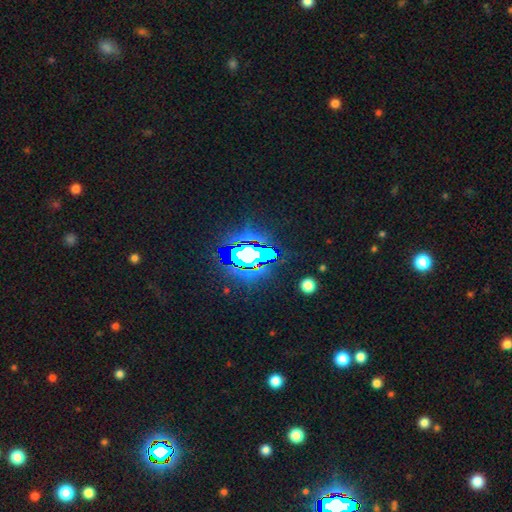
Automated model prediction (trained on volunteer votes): This is likely a star or artifact rather than a galaxy (76%).